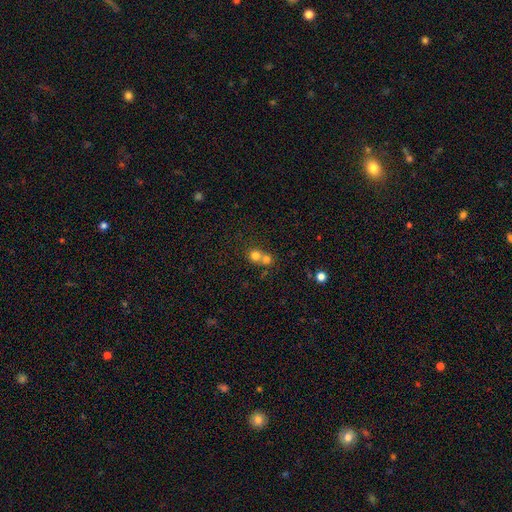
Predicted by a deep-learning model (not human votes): Smooth or featured: smooth — 76% (star or artifact — 13%)
How rounded: round — 86% (in between — 13%)
Merging: merger — 55% (none — 38%)